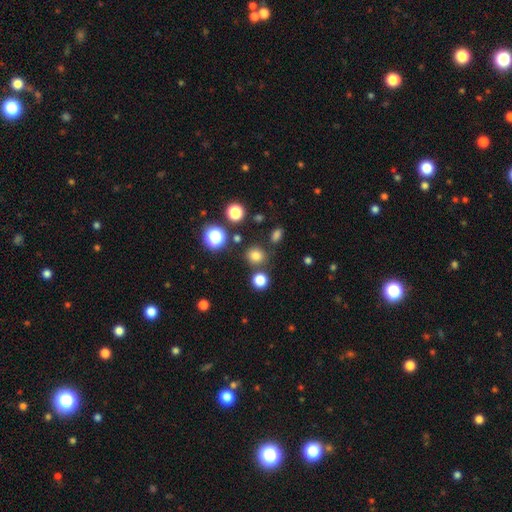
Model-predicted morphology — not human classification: This appears to be a smooth galaxy with no disk features (76%) that is round (85%). Merging: none (80%).